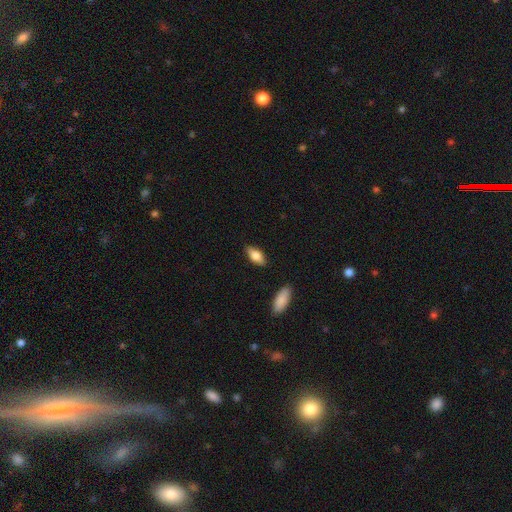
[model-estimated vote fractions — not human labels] Q: Smooth or featured?
A: smooth (76%); runner-up: featured or disk (18%)
Q: How rounded?
A: in between (84%); runner-up: cigar-shaped (13%)
Q: Merging?
A: none (84%); runner-up: minor disturbance (11%)